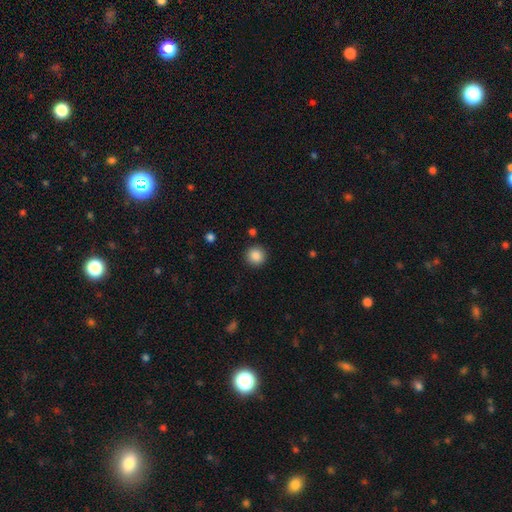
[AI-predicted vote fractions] Q: Smooth or featured?
A: smooth (87%); runner-up: star or artifact (9%)
Q: How rounded?
A: round (94%); runner-up: in between (5%)
Q: Merging?
A: none (90%); runner-up: minor disturbance (6%)